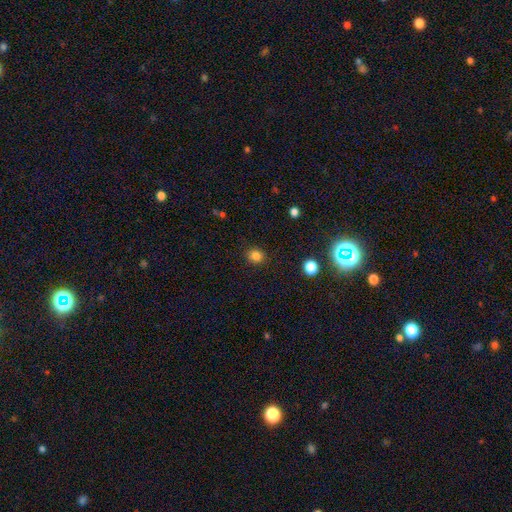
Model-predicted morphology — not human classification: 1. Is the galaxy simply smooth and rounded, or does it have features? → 82% smooth, 13% star or artifact, 5% featured or disk.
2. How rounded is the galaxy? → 73% round, 26% in between, 1% cigar-shaped.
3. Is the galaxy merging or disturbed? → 89% none, 7% minor disturbance, 3% major disturbance, 1% merger.